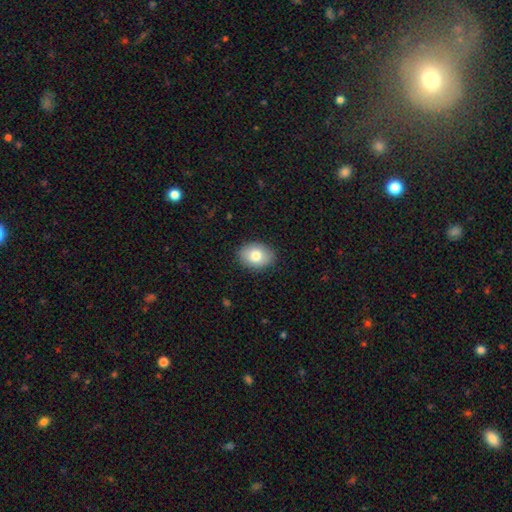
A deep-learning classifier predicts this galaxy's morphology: smooth-or-featured: smooth: 80% | featured or disk: 12% | star or artifact: 7%
  how-rounded: in between: 72% | round: 27% | cigar-shaped: 1%
  merging: none: 88% | minor disturbance: 9% | major disturbance: 2% | merger: 1%